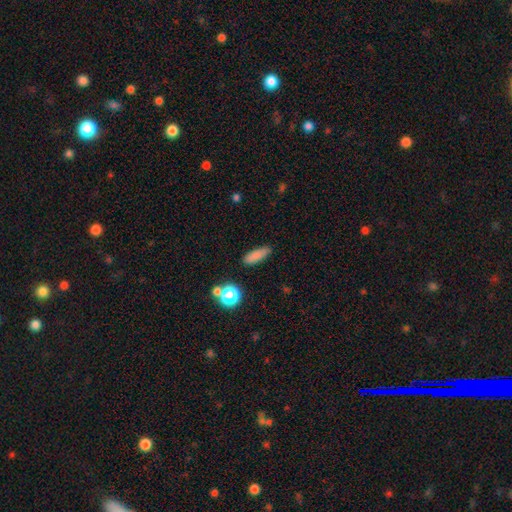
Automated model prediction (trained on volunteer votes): Overall: smooth (80%). How rounded: in between (51%; cigar-shaped 44%). Merging: none (80%).